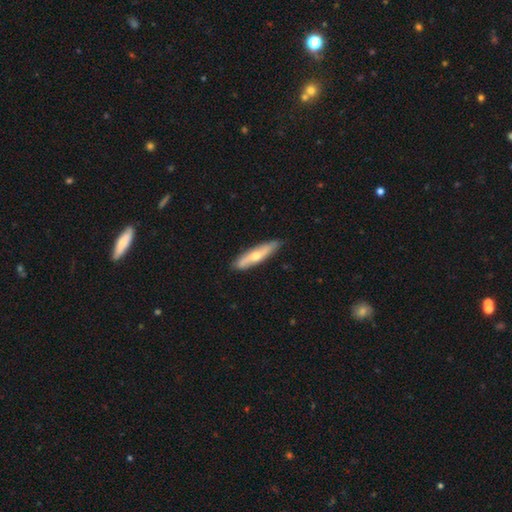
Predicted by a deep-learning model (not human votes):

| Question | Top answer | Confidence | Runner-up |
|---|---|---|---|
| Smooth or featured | smooth | 48% | featured or disk (46%) |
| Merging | none | 88% | minor disturbance (10%) |